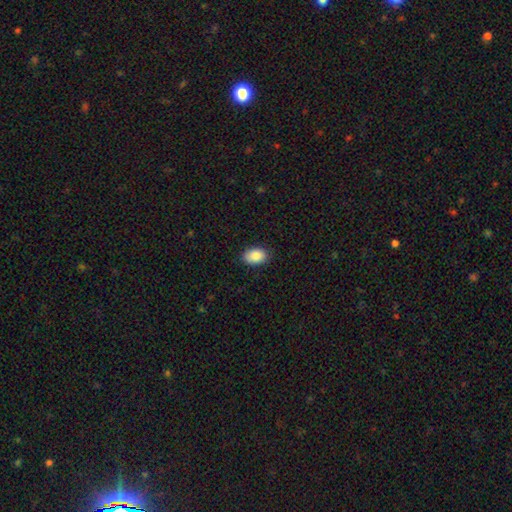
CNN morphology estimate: smooth 87%, star or artifact 7%, featured or disk 6%. Down the decision tree: how rounded — in between (88%); merging — none (85%).